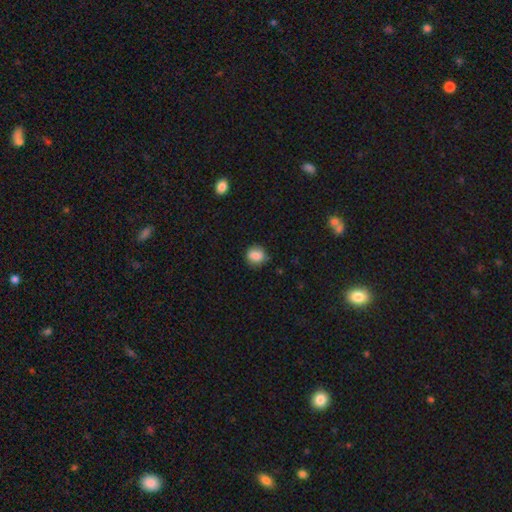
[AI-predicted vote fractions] A smooth galaxy with no disk features (84%) that is round (82%).

Vote fractions:
- Smooth or featured? smooth: 84% / star or artifact: 9% / featured or disk: 7%
- How rounded? round: 82% / in between: 17% / cigar-shaped: 1%
- Merging? none: 79% / minor disturbance: 16% / major disturbance: 3% / merger: 1%